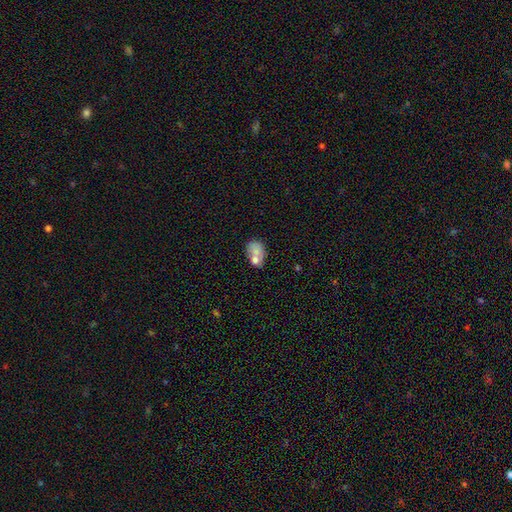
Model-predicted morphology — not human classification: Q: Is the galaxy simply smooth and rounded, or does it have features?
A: smooth — 69%.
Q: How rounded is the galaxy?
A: in between — 70%.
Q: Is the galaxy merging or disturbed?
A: merger — 39%.